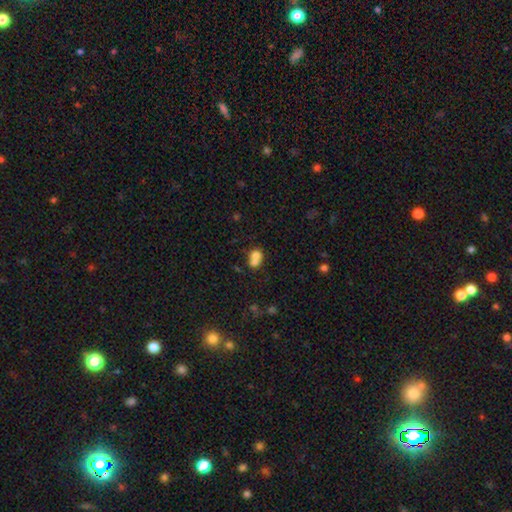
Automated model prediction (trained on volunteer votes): smooth-or-featured: smooth: 71% | featured or disk: 18% | star or artifact: 11%
  how-rounded: round: 59% | in between: 40% | cigar-shaped: 1%
  merging: merger: 66% | none: 24% | minor disturbance: 7% | major disturbance: 4%